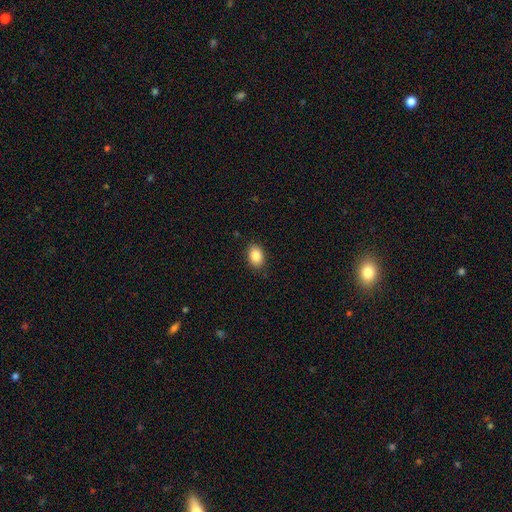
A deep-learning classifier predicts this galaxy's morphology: Smooth or featured?
  - smooth: 86% *
  - star or artifact: 8%
  - featured or disk: 6%
How rounded?
  - in between: 78% *
  - round: 21%
  - cigar-shaped: 1%
Merging?
  - none: 87% *
  - minor disturbance: 10%
  - major disturbance: 2%
  - merger: 1%